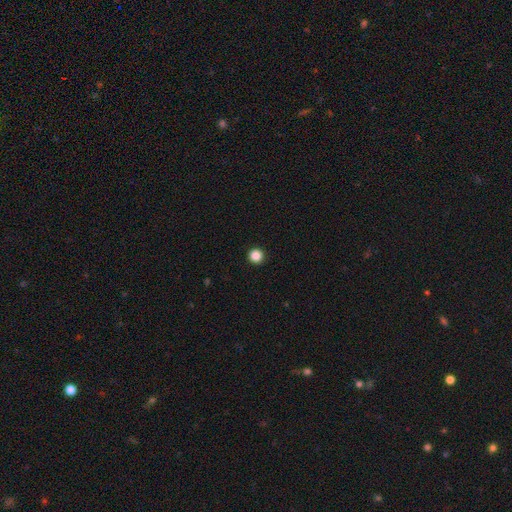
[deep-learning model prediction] Overall: smooth (86%). How rounded: round (96%). Merging: none (94%).